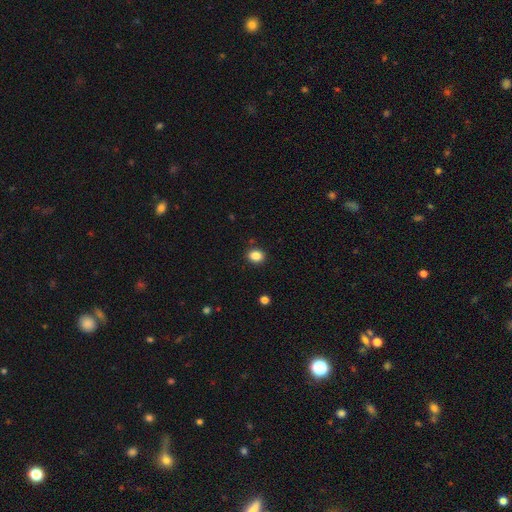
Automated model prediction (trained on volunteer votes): The model was most divided on "how rounded": round: 59%, in between: 40%, cigar-shaped: 1%. More confident: merging — none (90%); smooth or featured — smooth (85%).